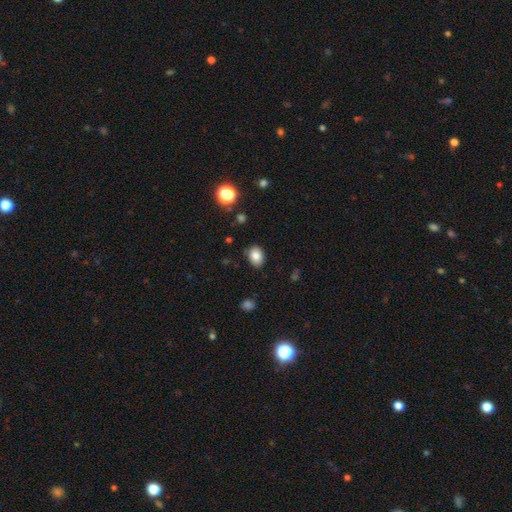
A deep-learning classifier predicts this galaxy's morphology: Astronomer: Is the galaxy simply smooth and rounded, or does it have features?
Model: smooth — 84%.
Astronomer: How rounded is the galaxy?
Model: in between — 69%.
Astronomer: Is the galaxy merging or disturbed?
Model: none — 85%.